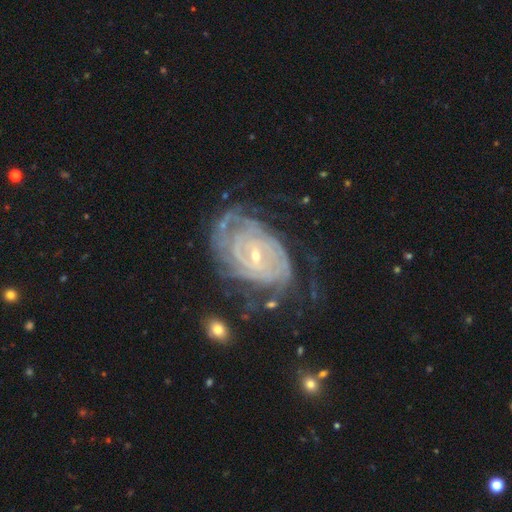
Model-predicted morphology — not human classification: Smooth or featured? Predicted: featured or disk (p=0.88). Edge-on disk? Predicted: no (p=0.96). Bar? Predicted: no (p=0.49). Spiral arms? Predicted: yes (p=0.95). Spiral winding? Predicted: tight (p=0.79). Spiral arm count? Predicted: can't tell (p=0.39). Bulge size? Predicted: small (p=0.76). Merging? Predicted: none (p=0.56).